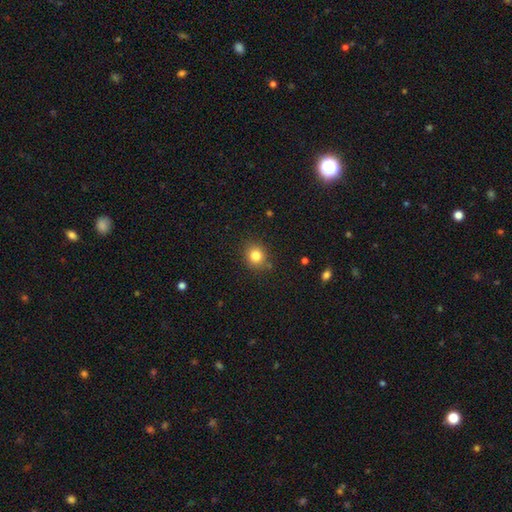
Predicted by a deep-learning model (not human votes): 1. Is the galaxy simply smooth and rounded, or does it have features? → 83% smooth, 11% star or artifact, 6% featured or disk.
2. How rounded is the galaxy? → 78% round, 21% in between, 1% cigar-shaped.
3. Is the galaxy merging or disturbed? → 84% none, 11% minor disturbance, 3% major disturbance, 2% merger.